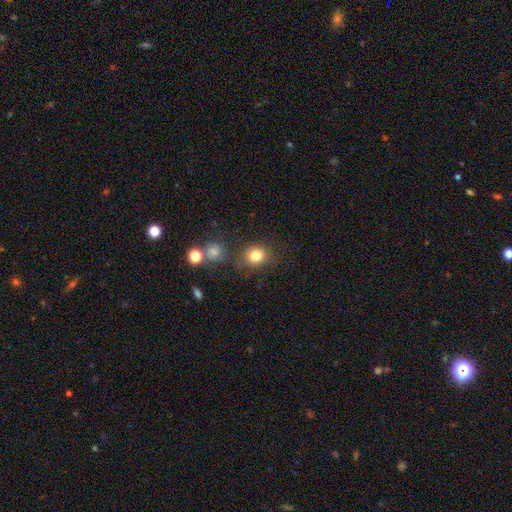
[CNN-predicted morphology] Smooth or featured? Predicted: smooth (p=0.81). How rounded? Predicted: round (p=0.78). Merging? Predicted: none (p=0.77).